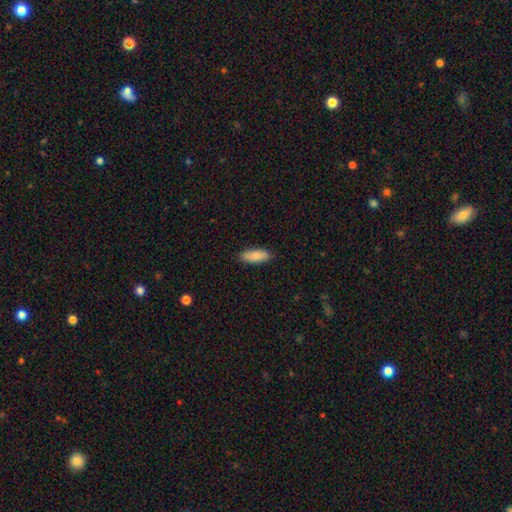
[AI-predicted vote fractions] Smooth or featured?
  - smooth: 87% *
  - featured or disk: 7%
  - star or artifact: 6%
How rounded?
  - in between: 68% *
  - cigar-shaped: 31%
  - round: 2%
Merging?
  - none: 88% *
  - minor disturbance: 10%
  - major disturbance: 2%
  - merger: 1%